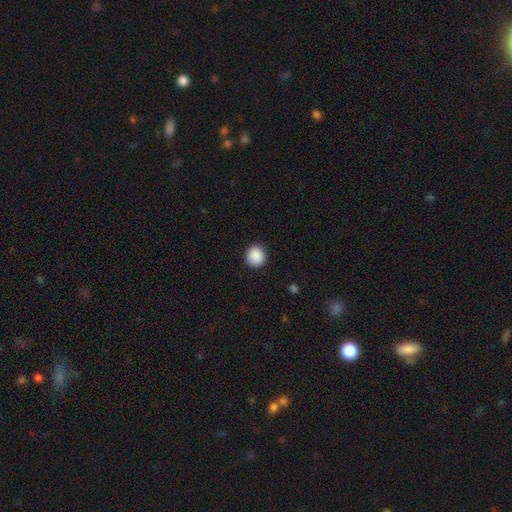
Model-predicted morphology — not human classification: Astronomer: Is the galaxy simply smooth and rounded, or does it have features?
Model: smooth — 90%.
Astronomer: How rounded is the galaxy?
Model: round — 90%.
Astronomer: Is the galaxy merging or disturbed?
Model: none — 90%.